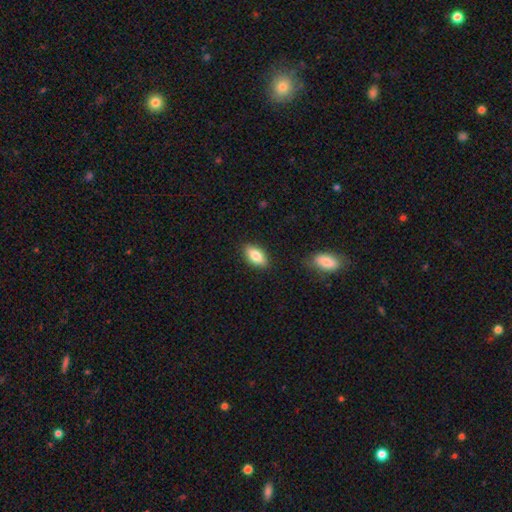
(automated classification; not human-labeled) smooth_or_featured: smooth (p=0.80) [alt: featured or disk p=0.13]
how_rounded: in between (p=0.88) [alt: cigar-shaped p=0.09]
merging: none (p=0.86) [alt: minor disturbance p=0.10]